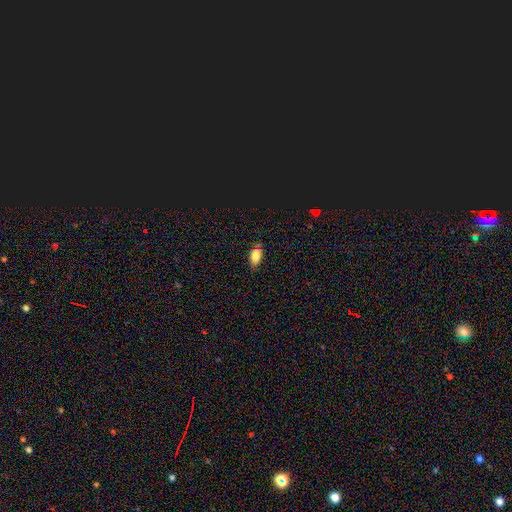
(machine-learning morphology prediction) This is clearly a smooth galaxy (81%). How rounded: clearly in between (88%). Merging: likely none (76%).